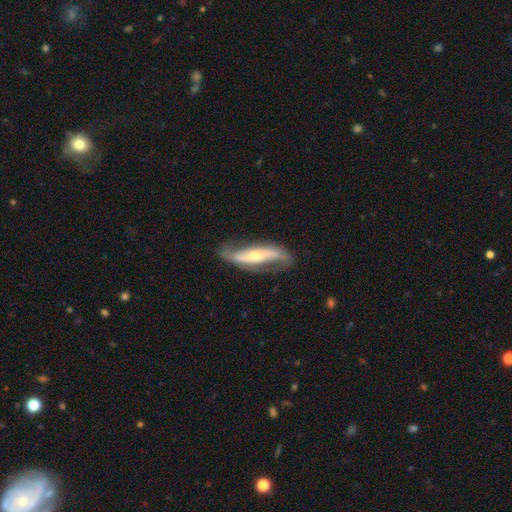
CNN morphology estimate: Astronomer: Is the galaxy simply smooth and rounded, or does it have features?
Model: featured or disk — 79%.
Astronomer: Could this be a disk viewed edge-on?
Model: no — 73%.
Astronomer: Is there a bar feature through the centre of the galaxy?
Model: strong — 43% (runner-up: no, 35%).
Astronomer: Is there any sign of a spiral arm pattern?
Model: yes — 89%.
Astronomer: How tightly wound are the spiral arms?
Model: loose — 65%.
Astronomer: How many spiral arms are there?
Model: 2 — 89%.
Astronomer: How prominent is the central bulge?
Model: moderate — 51% (runner-up: small, 43%).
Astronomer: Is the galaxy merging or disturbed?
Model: none — 68%.